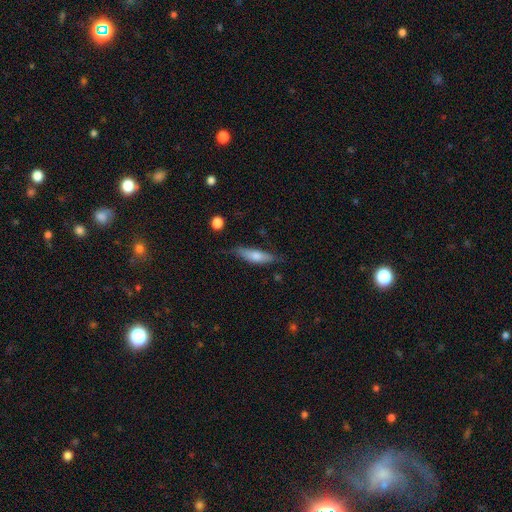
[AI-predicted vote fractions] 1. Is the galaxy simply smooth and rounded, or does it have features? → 55% smooth, 39% featured or disk, 7% star or artifact.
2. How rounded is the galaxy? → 69% cigar-shaped, 29% in between, 2% round.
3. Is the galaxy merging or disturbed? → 71% none, 22% minor disturbance, 5% major disturbance, 2% merger.